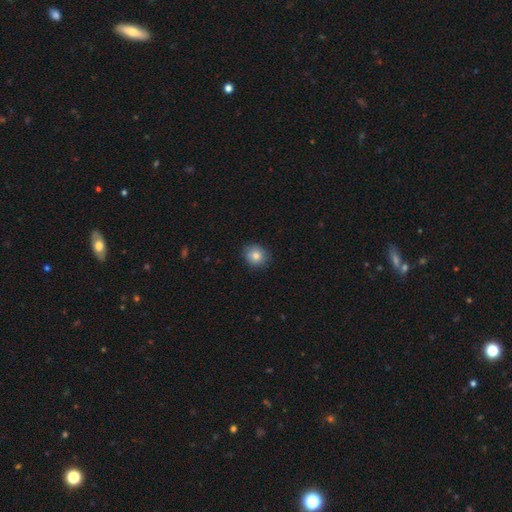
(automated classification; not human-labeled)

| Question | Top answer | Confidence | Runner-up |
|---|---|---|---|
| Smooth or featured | smooth | 81% | featured or disk (9%) |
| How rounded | round | 78% | in between (21%) |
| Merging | none | 84% | minor disturbance (13%) |